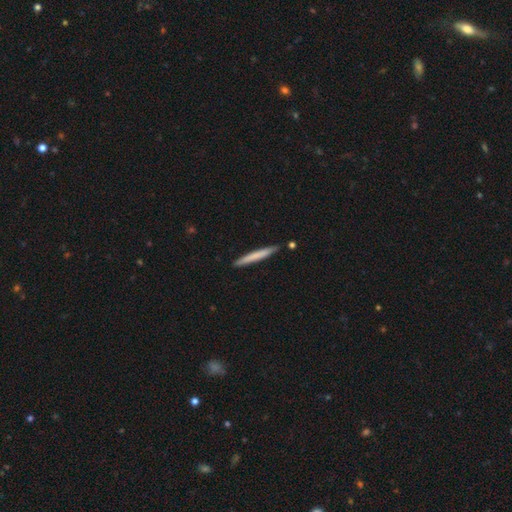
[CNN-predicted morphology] Smooth or featured? smooth (69%)
How rounded? cigar-shaped (97%)
Merging? none (89%)